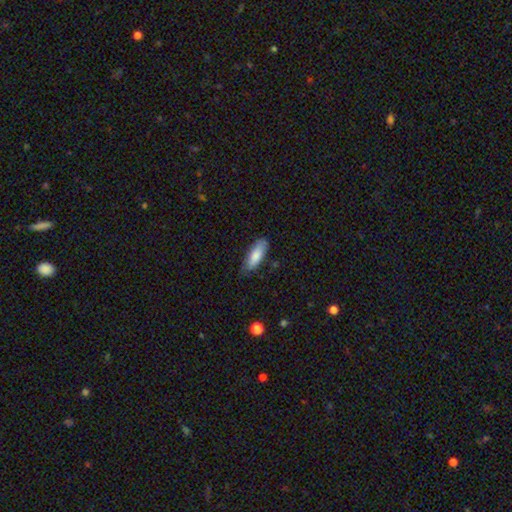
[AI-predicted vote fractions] Overall: smooth (82%). How rounded: in between (65%; cigar-shaped 33%). Merging: none (71%).